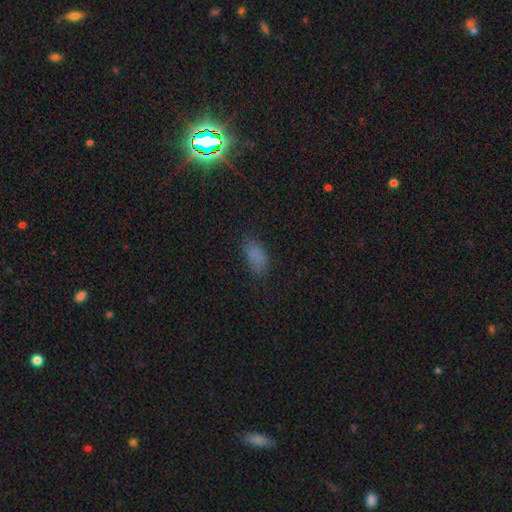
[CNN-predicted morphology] smooth_or_featured: smooth (p=0.76) [alt: star or artifact p=0.17]
how_rounded: in between (p=0.91) [alt: cigar-shaped p=0.05]
merging: none (p=0.69) [alt: minor disturbance p=0.22]